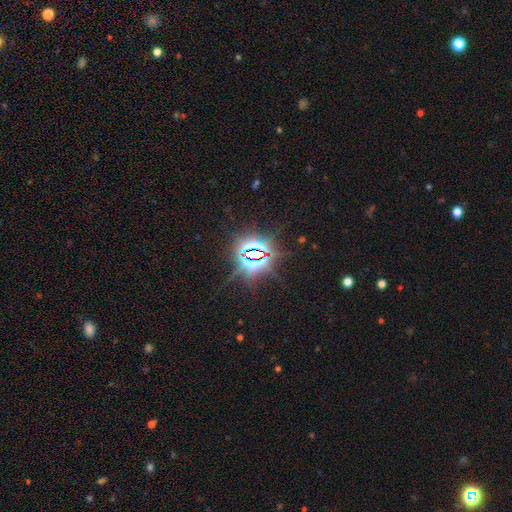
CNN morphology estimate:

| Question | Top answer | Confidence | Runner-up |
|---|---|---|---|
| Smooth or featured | star or artifact | 83% | smooth (9%) |